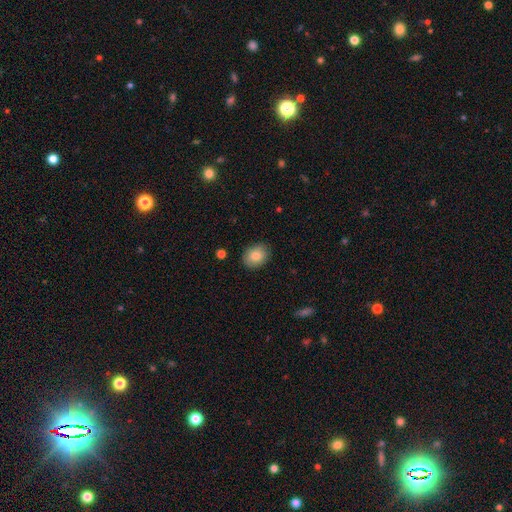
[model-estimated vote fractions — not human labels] Overall: smooth (84%). How rounded: in between (58%; round 41%). Merging: none (86%).